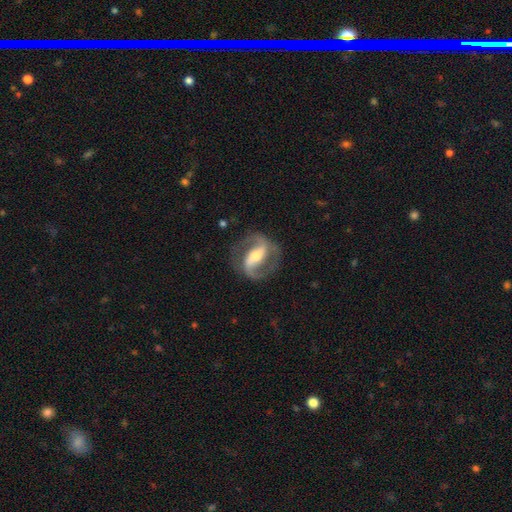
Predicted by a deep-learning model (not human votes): Smooth or featured?
  - featured or disk: 88% *
  - smooth: 8%
  - star or artifact: 5%
Edge-on disk?
  - no: 96% *
  - yes: 4%
Bar?
  - strong: 58% *
  - weak: 28%
  - no: 14%
Spiral arms?
  - yes: 94% *
  - no: 6%
Spiral winding?
  - medium: 53% *
  - loose: 28%
  - tight: 19%
Spiral arm count?
  - 2: 91% *
  - can't tell: 3%
  - 1: 3%
  - 3: 1%
  - 4: 1%
  - more than 4: 1%
Bulge size?
  - moderate: 60% *
  - small: 28%
  - large: 8%
  - none: 2%
  - dominant: 1%
Merging?
  - none: 79% *
  - minor disturbance: 12%
  - major disturbance: 7%
  - merger: 1%